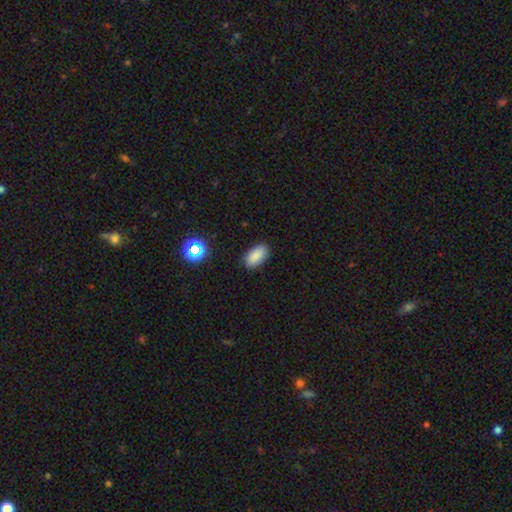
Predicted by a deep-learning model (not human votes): This appears to be a smooth galaxy with no disk features (86%) that is in between round and cigar-shaped (93%). Merging: none (85%).